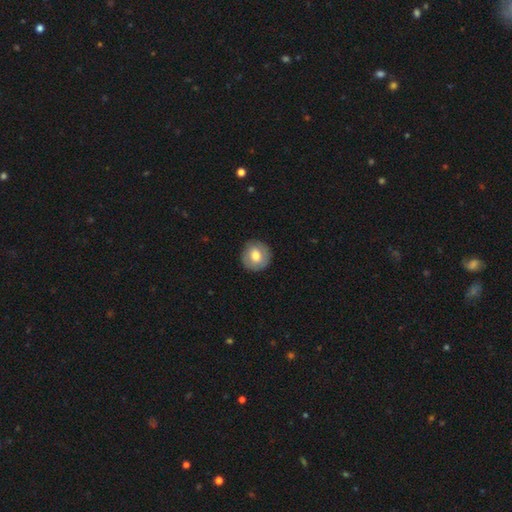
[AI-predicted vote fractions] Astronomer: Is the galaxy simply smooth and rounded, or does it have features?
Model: smooth — 68%.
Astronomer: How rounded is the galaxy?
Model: round — 89%.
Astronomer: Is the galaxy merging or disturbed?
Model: none — 87%.